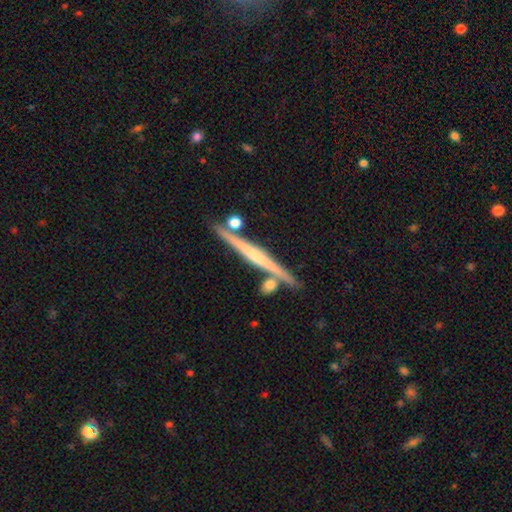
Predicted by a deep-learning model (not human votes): Smooth or featured? featured or disk (68%)
Edge-on disk? yes (97%)
Edge-on bulge? none (50%)
Merging? none (81%)